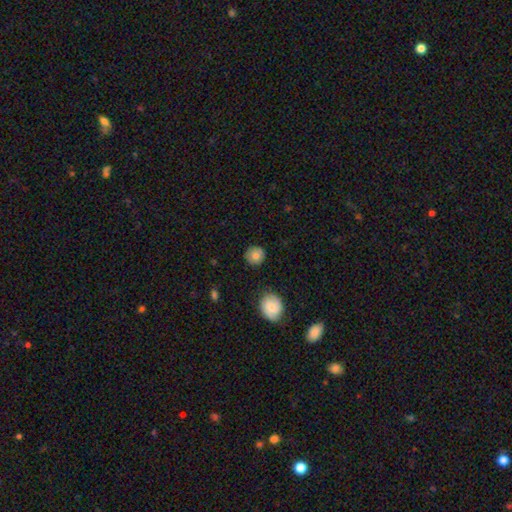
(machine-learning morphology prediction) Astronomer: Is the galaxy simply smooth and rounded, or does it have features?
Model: smooth — 76%.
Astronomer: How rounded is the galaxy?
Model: round — 90%.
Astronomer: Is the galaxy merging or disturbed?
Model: none — 84%.